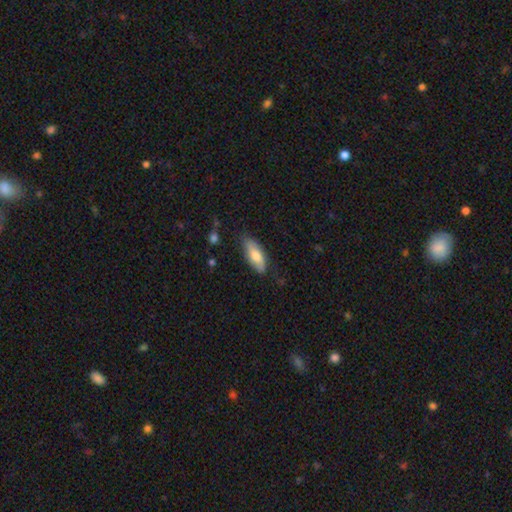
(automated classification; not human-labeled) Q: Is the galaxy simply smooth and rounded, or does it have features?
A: smooth — 73%.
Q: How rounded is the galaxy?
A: in between — 75%.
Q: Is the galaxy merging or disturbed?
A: none — 73%.